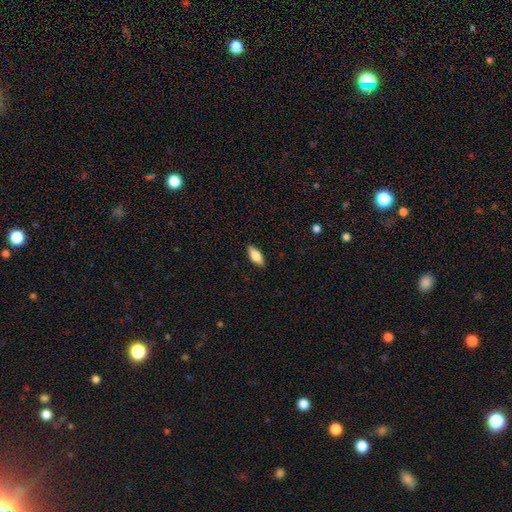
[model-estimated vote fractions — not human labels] Smooth or featured? smooth (78%)
How rounded? in between (80%)
Merging? none (88%)